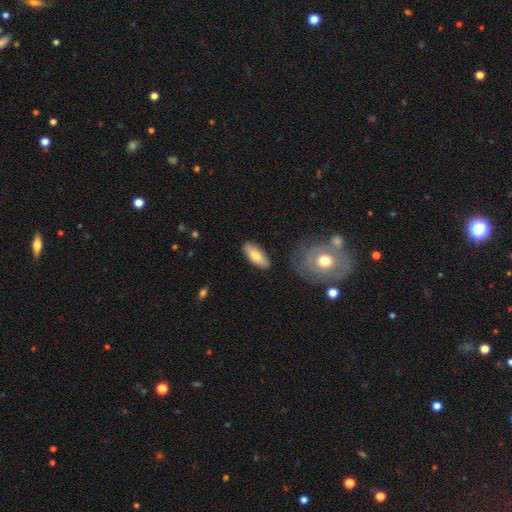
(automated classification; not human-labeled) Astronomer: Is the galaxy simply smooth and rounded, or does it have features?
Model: smooth — 76%.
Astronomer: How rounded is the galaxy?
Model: in between — 78%.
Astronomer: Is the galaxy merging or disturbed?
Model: none — 84%.